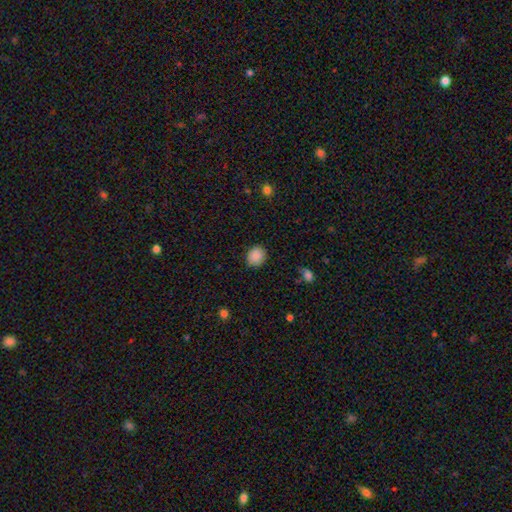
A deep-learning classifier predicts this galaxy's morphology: Smooth or featured? smooth (88%)
How rounded? round (69%)
Merging? none (85%)